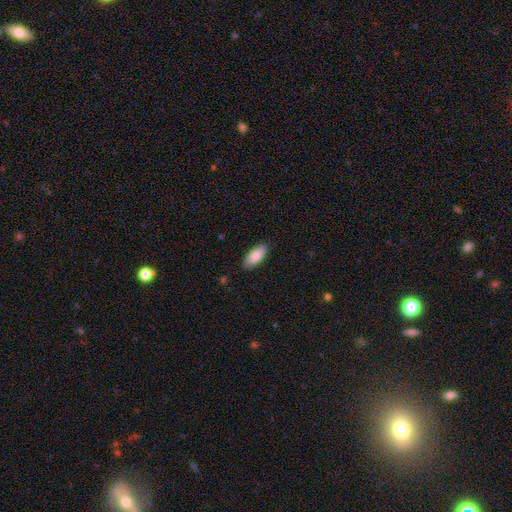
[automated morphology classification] The model was most divided on "how rounded": in between: 88%, cigar-shaped: 10%, round: 2%. More confident: merging — none (88%); smooth or featured — smooth (87%).